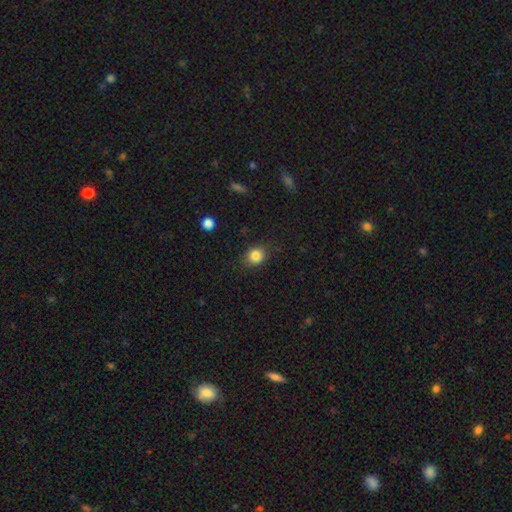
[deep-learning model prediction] Overall: smooth (84%). How rounded: round (64%; in between 35%). Merging: none (81%).